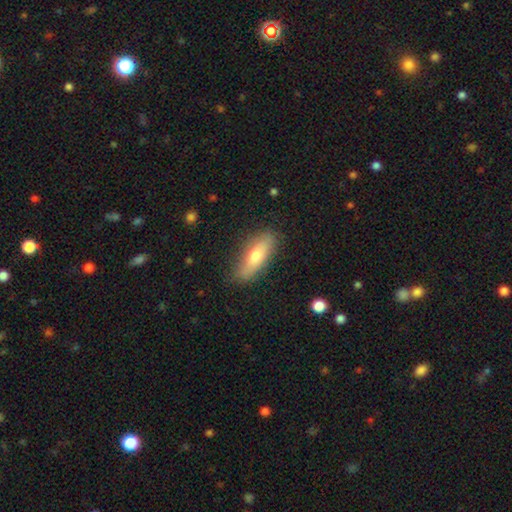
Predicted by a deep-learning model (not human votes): smooth-or-featured: smooth: 67% | featured or disk: 27% | star or artifact: 6%
  how-rounded: in between: 56% | cigar-shaped: 42% | round: 3%
  merging: none: 82% | minor disturbance: 14% | major disturbance: 3% | merger: 1%